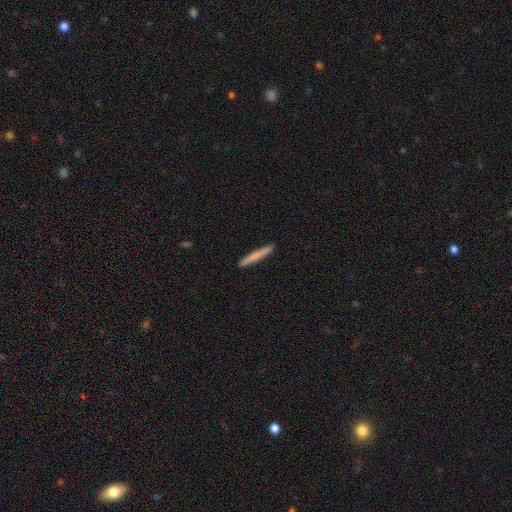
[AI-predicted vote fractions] smooth 75%, featured or disk 19%, star or artifact 6%. Down the decision tree: how rounded — cigar-shaped (97%); merging — none (92%).